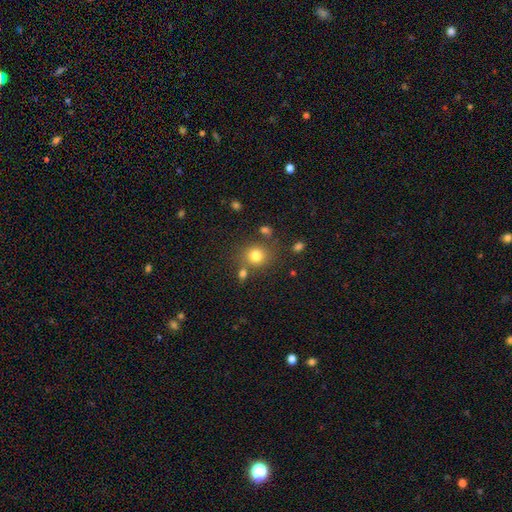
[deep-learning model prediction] Overall: smooth (79%). How rounded: round (81%). Merging: none (73%).